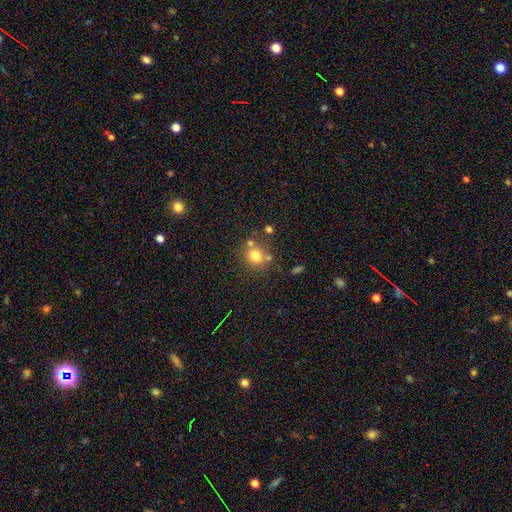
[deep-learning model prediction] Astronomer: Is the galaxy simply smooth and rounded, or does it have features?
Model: smooth — 73%.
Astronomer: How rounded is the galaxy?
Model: round — 76%.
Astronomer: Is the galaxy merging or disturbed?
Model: none — 63%.